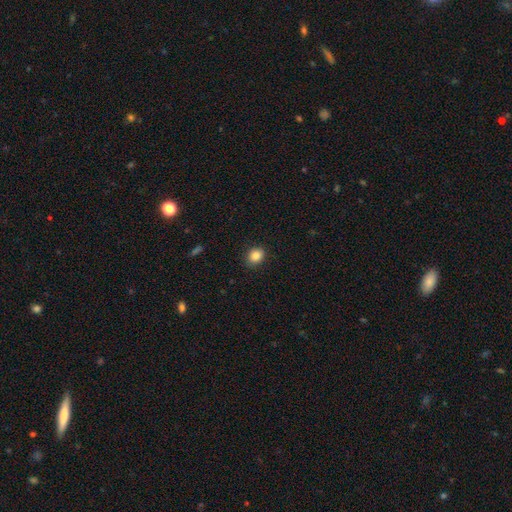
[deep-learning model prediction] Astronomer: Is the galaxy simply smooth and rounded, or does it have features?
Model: smooth — 86%.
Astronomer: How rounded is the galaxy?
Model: round — 57% (runner-up: in between, 42%).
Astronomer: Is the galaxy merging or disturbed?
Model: none — 89%.